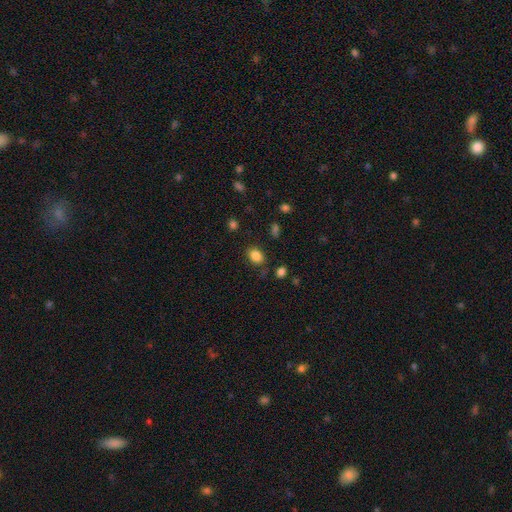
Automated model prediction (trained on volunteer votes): Smooth or featured? Predicted: smooth (p=0.85). How rounded? Predicted: in between (p=0.66). Merging? Predicted: none (p=0.80).